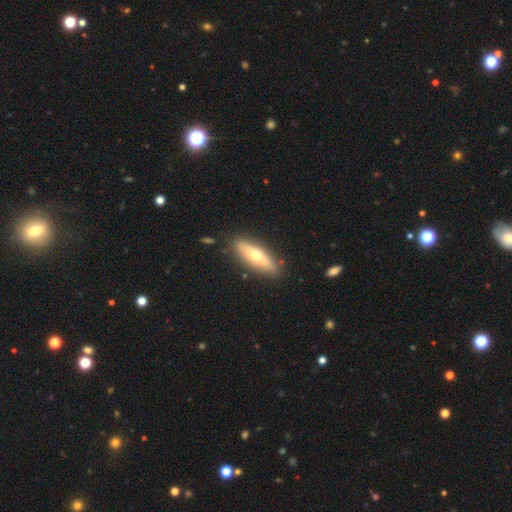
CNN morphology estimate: Smooth or featured? Predicted: smooth (p=0.47, tied with featured or disk). Merging? Predicted: none (p=0.86).